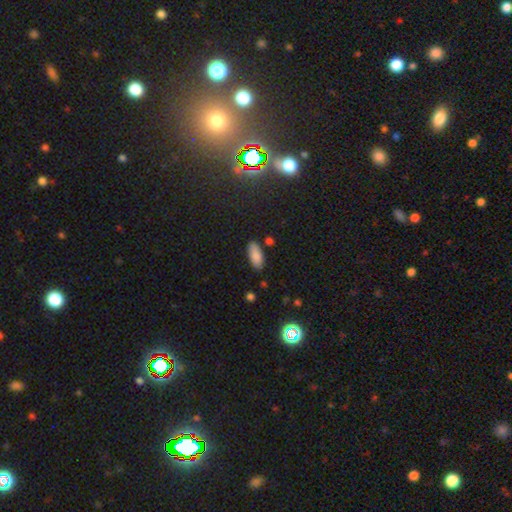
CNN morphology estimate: Q: Smooth or featured?
A: smooth (86%); runner-up: star or artifact (8%)
Q: How rounded?
A: in between (86%); runner-up: cigar-shaped (12%)
Q: Merging?
A: none (80%); runner-up: minor disturbance (14%)